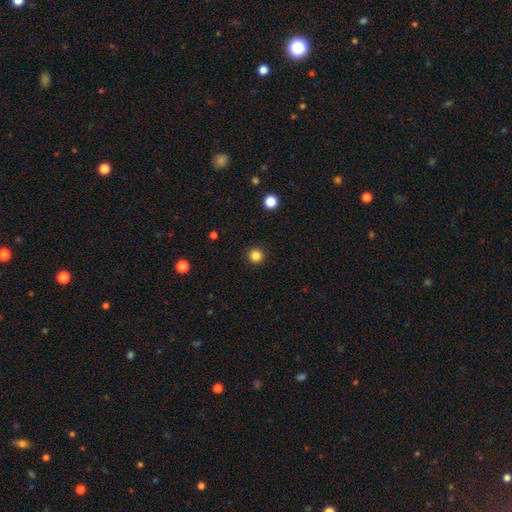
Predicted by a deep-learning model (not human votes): smooth-or-featured: smooth: 84% | star or artifact: 12% | featured or disk: 3%
  how-rounded: round: 95% | in between: 4% | cigar-shaped: 1%
  merging: none: 93% | minor disturbance: 5% | major disturbance: 2% | merger: 1%